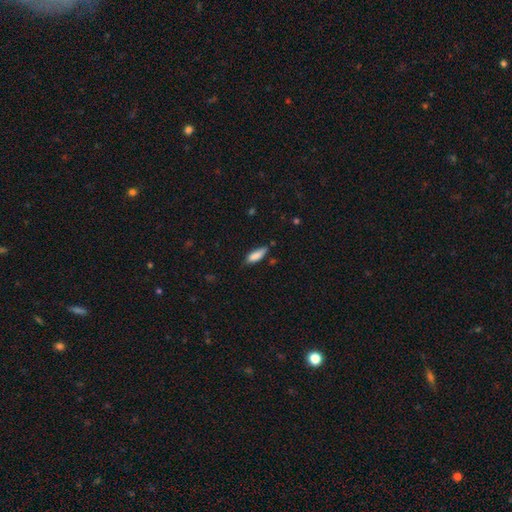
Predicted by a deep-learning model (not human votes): Smooth or featured? smooth (85%)
How rounded? in between (60%)
Merging? none (67%)